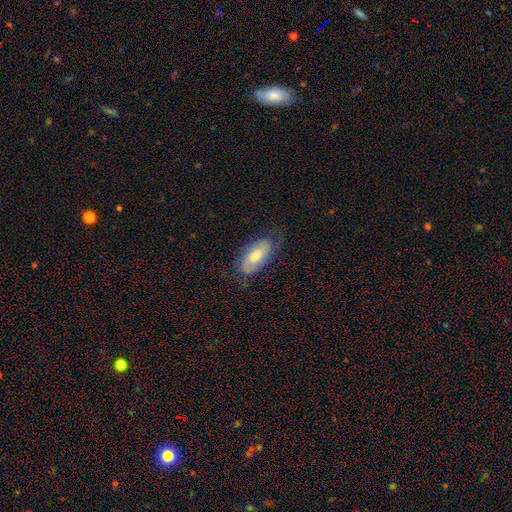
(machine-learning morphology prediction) The model was most divided on "smooth or featured": smooth: 63%, featured or disk: 31%, star or artifact: 6%. More confident: how rounded — in between (91%); merging — none (65%).